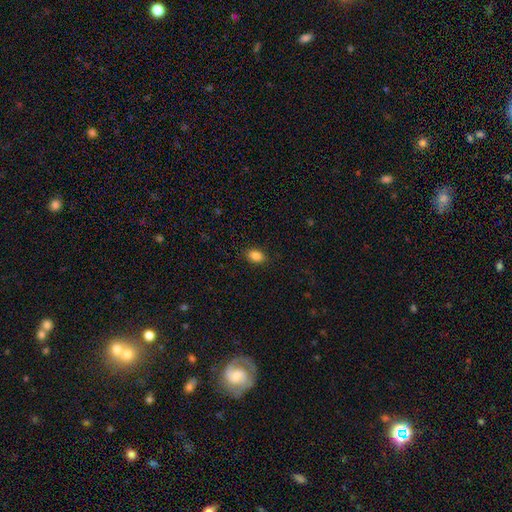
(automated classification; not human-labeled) Q: Smooth or featured?
A: smooth (86%); runner-up: star or artifact (9%)
Q: How rounded?
A: in between (81%); runner-up: round (18%)
Q: Merging?
A: none (88%); runner-up: minor disturbance (9%)